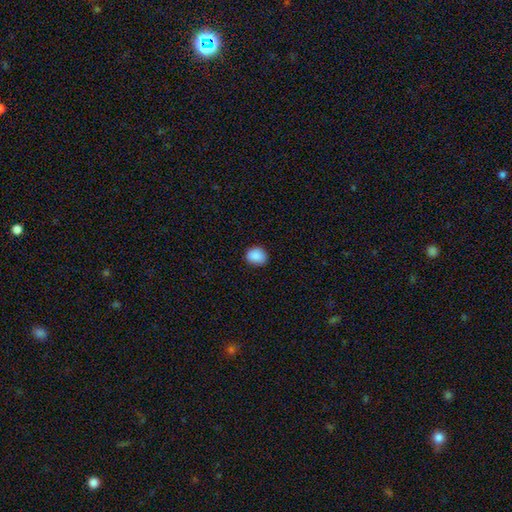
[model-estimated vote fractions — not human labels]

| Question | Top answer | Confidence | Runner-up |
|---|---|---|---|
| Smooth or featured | smooth | 89% | star or artifact (8%) |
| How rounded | round | 65% | in between (34%) |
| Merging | none | 86% | minor disturbance (11%) |